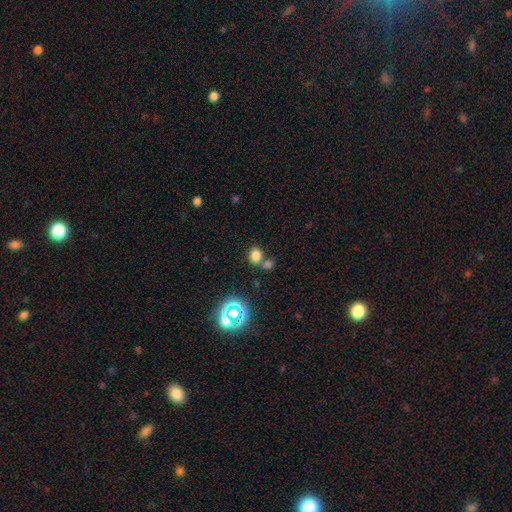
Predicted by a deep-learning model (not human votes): Q: Smooth or featured?
A: smooth (76%); runner-up: star or artifact (18%)
Q: How rounded?
A: round (61%); runner-up: in between (38%)
Q: Merging?
A: none (57%); runner-up: merger (29%)